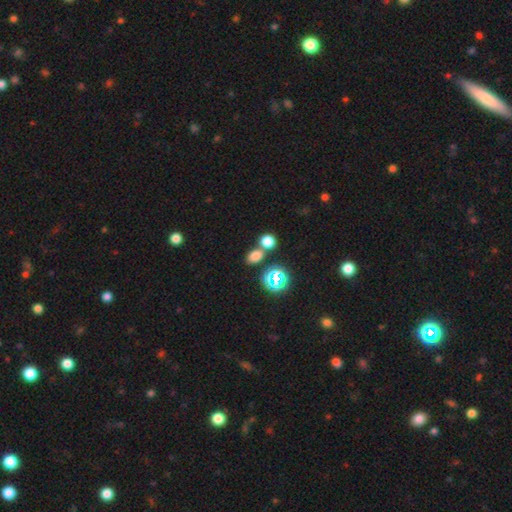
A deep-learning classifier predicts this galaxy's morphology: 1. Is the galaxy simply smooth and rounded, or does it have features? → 68% smooth, 25% star or artifact, 7% featured or disk.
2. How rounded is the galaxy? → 65% in between, 33% round, 2% cigar-shaped.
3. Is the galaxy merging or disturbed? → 56% none, 31% merger, 9% minor disturbance, 4% major disturbance.